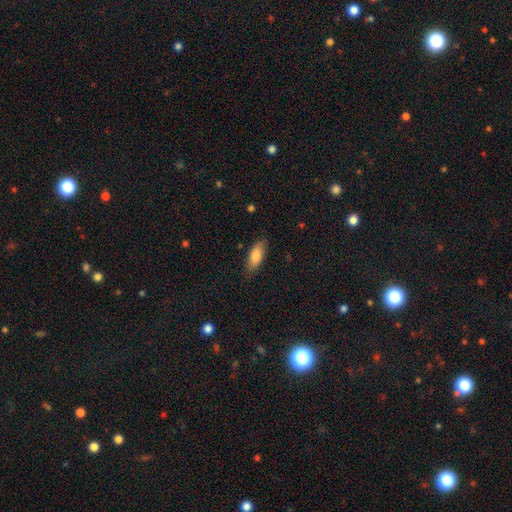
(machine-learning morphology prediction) Smooth or featured? Predicted: smooth (p=0.82). How rounded? Predicted: in between (p=0.78). Merging? Predicted: none (p=0.79).